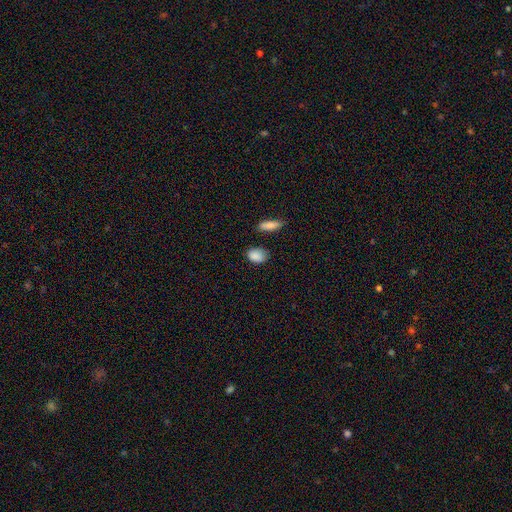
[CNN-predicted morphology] smooth-or-featured: smooth: 88% | star or artifact: 8% | featured or disk: 4%
  how-rounded: in between: 78% | round: 19% | cigar-shaped: 2%
  merging: none: 73% | minor disturbance: 19% | merger: 4% | major disturbance: 4%